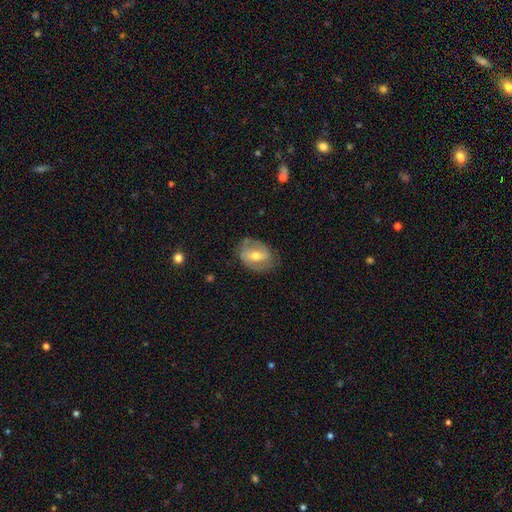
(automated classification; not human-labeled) Smooth or featured? Predicted: featured or disk (p=0.61). Edge-on disk? Predicted: no (p=0.94). Bar? Predicted: weak (p=0.41). Spiral arms? Predicted: yes (p=0.62). Bulge size? Predicted: moderate (p=0.65). Merging? Predicted: none (p=0.74).